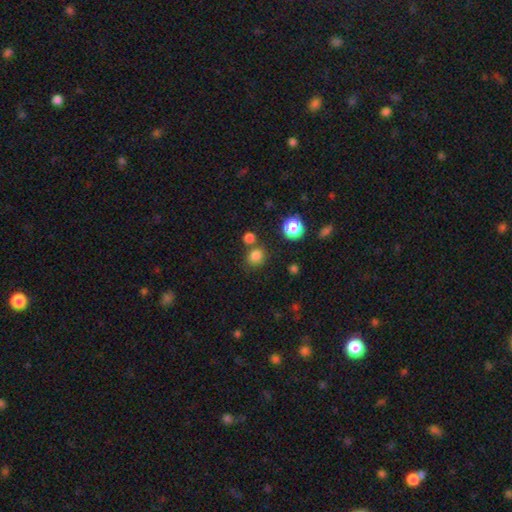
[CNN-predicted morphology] Q: Smooth or featured?
A: smooth (79%); runner-up: star or artifact (16%)
Q: How rounded?
A: round (82%); runner-up: in between (17%)
Q: Merging?
A: none (74%); runner-up: merger (14%)